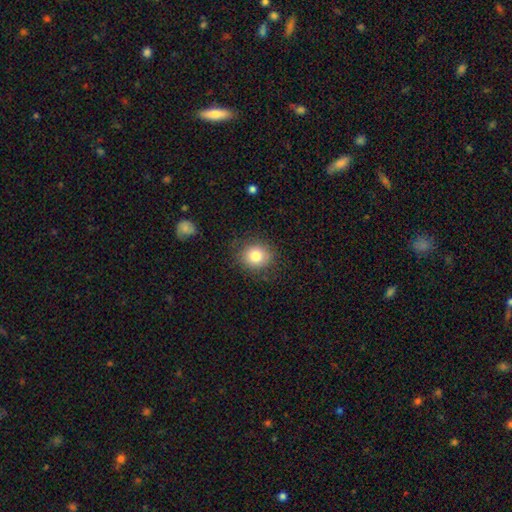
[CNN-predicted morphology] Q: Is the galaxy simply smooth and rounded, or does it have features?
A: smooth — 81%.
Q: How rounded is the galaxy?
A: round — 79%.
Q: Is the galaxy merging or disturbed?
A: none — 83%.